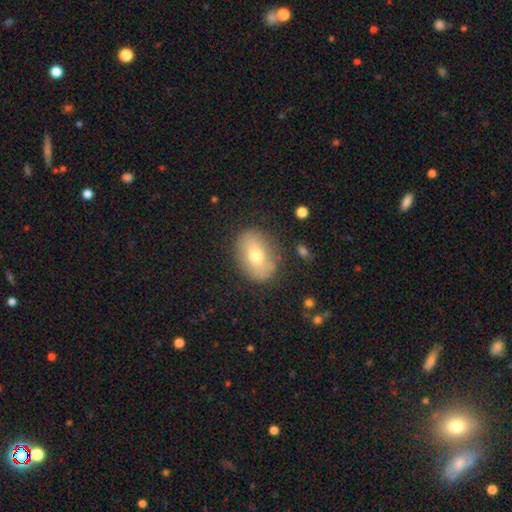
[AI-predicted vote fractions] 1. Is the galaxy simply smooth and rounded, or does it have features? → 65% smooth, 26% featured or disk, 8% star or artifact.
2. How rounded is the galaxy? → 76% in between, 22% round, 2% cigar-shaped.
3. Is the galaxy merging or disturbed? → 81% none, 13% minor disturbance, 4% major disturbance, 2% merger.